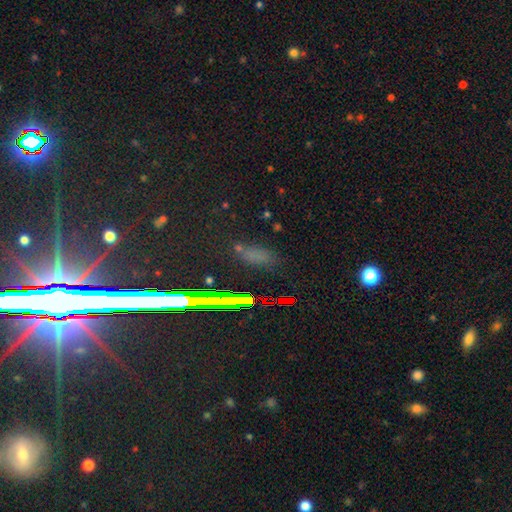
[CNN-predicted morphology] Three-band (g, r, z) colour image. It shows a smooth galaxy with no disk features (51%) that is in between round and cigar-shaped (67%). Merging: none (75%).